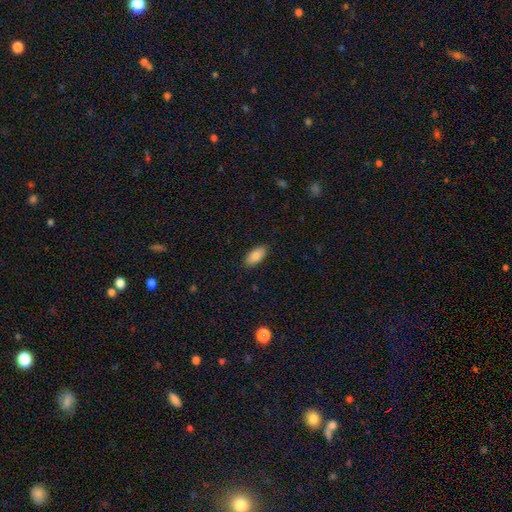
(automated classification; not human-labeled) Overall: smooth (85%). How rounded: in between (90%). Merging: none (88%).